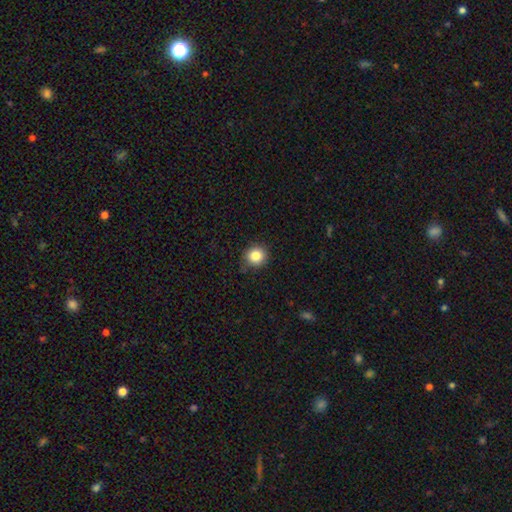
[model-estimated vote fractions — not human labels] Q: Smooth or featured?
A: smooth (85%); runner-up: star or artifact (10%)
Q: How rounded?
A: round (91%); runner-up: in between (8%)
Q: Merging?
A: none (86%); runner-up: minor disturbance (10%)